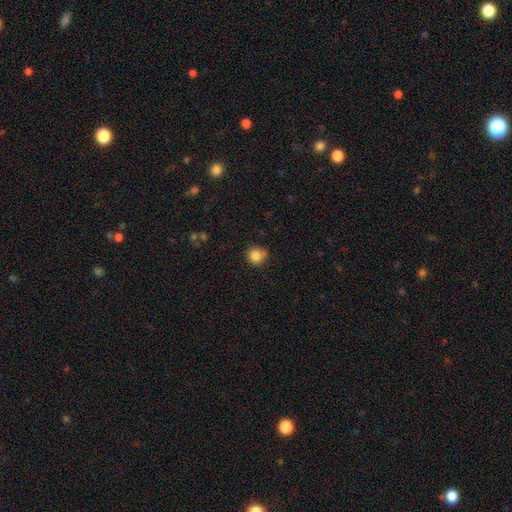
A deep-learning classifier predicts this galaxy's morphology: type=smooth (85%); roundness=round (88%); merging=none (72%).